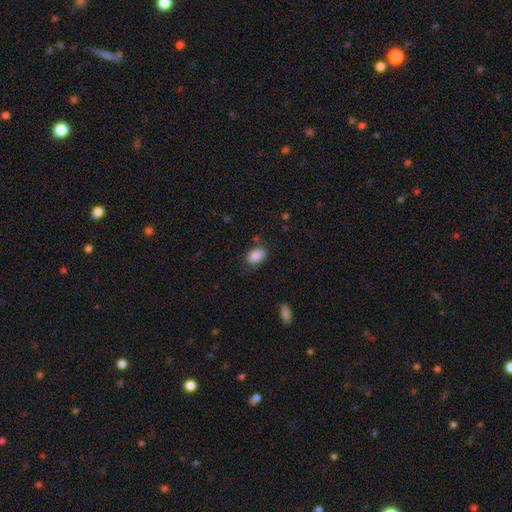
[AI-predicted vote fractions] This is clearly a smooth galaxy (87%). How rounded: clearly in between (88%). Merging: likely none (65%).